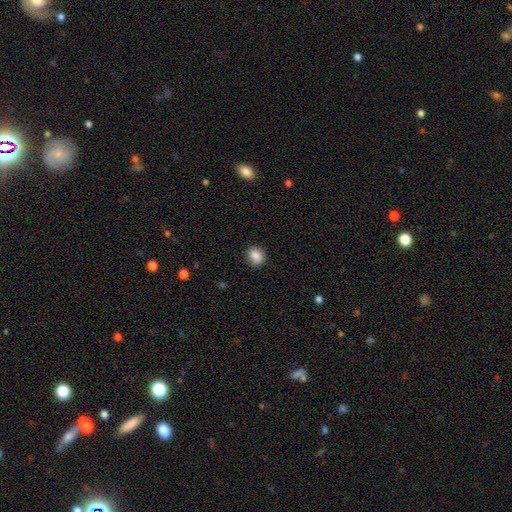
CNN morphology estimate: Smooth or featured?
  - smooth: 87% *
  - star or artifact: 9%
  - featured or disk: 4%
How rounded?
  - round: 73% *
  - in between: 26%
  - cigar-shaped: 1%
Merging?
  - none: 87% *
  - minor disturbance: 10%
  - major disturbance: 2%
  - merger: 1%